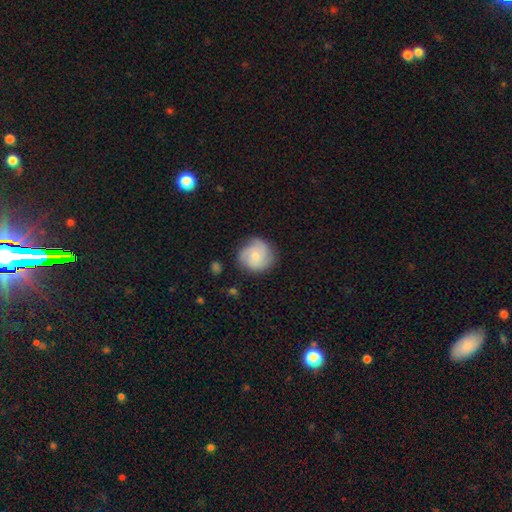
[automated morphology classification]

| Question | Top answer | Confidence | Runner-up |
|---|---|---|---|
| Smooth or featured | featured or disk | 49% | smooth (43%) |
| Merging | none | 74% | minor disturbance (19%) |